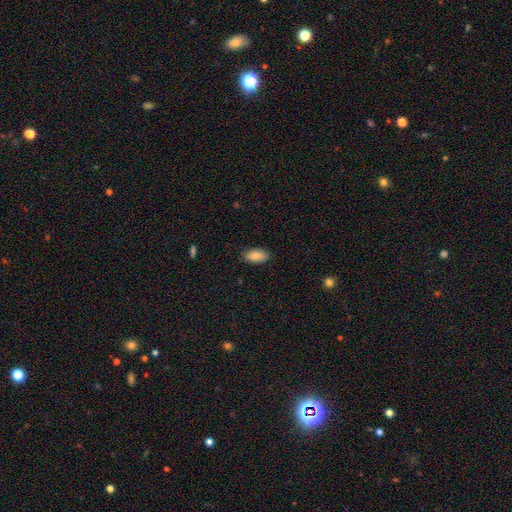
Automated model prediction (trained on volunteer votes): A smooth galaxy with no disk features (85%) that is in between round and cigar-shaped (93%). Merging: none (87%).